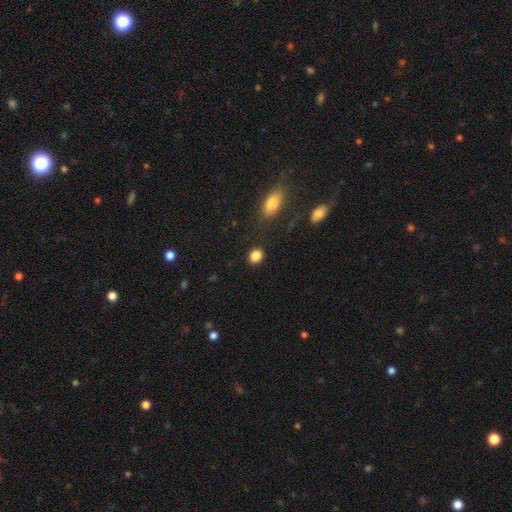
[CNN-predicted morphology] A smooth galaxy with no disk features (87%) that is round (67%).

Vote fractions:
- Smooth or featured? smooth: 87% / star or artifact: 10% / featured or disk: 4%
- How rounded? round: 67% / in between: 32% / cigar-shaped: 1%
- Merging? none: 88% / minor disturbance: 8% / major disturbance: 3% / merger: 2%